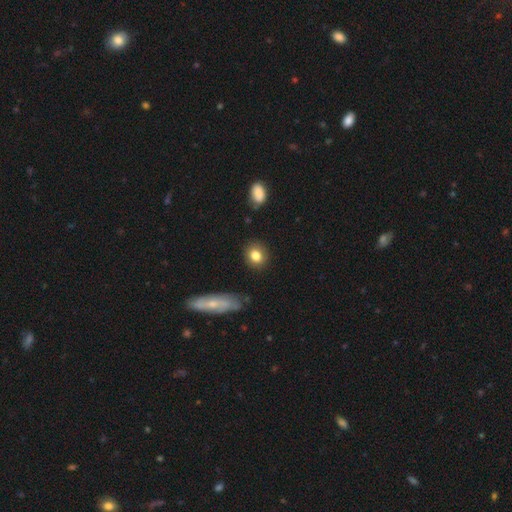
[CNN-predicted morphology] This is clearly a smooth galaxy (82%). How rounded: likely round (69%). Merging: clearly none (86%).